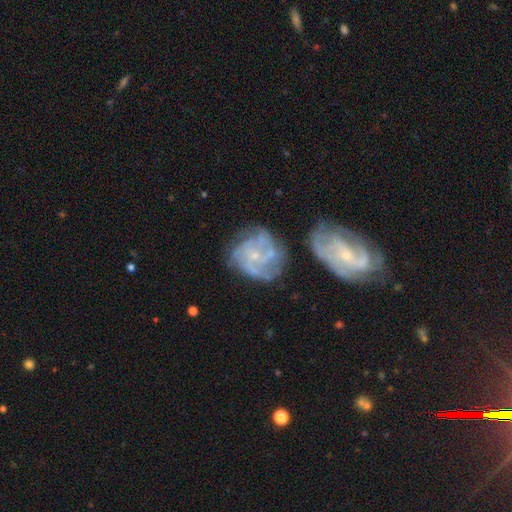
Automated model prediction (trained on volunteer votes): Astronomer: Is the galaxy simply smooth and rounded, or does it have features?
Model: featured or disk — 80%.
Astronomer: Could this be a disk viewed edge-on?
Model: no — 98%.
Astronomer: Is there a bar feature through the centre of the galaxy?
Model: no — 73%.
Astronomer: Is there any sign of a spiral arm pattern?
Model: yes — 90%.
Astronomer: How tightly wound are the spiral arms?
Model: tight — 50% (runner-up: medium, 37%).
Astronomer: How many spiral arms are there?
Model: can't tell — 30% (runner-up: 3, 28%).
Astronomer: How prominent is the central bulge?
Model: small — 79%.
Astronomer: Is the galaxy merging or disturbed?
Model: none — 49%.